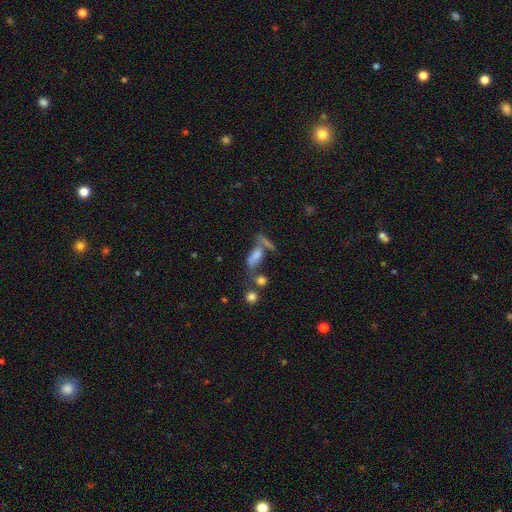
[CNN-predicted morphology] type=smooth (52%); roundness=in between (55%); merging=none (38%).